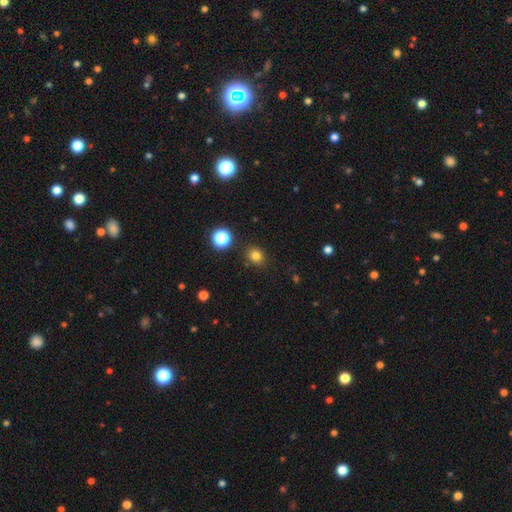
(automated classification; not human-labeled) Smooth or featured? Predicted: smooth (p=0.79). How rounded? Predicted: round (p=0.73). Merging? Predicted: none (p=0.87).